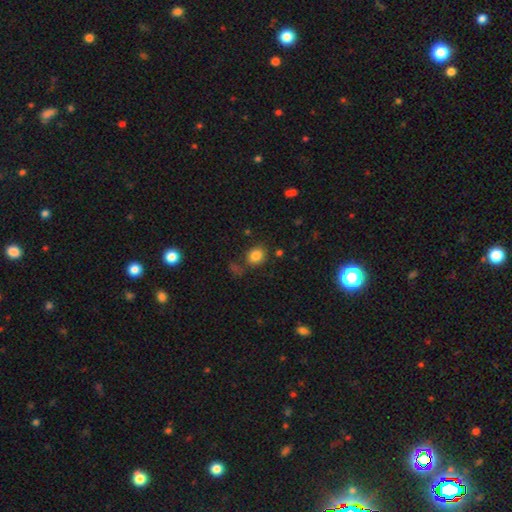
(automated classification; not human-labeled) This is clearly a smooth galaxy (83%). How rounded: likely round (63%). Merging: likely none (75%).